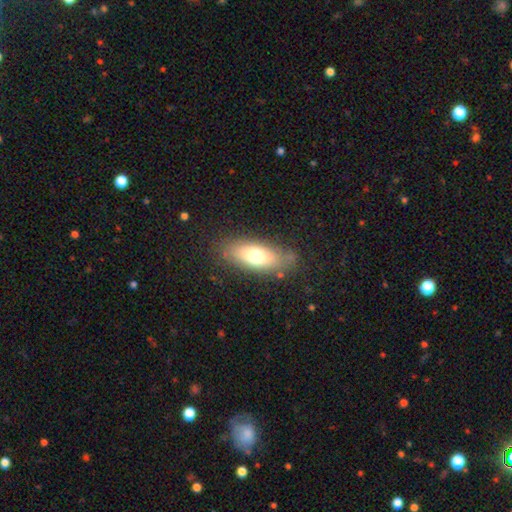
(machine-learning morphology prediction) Smooth or featured?
  - smooth: 70% *
  - featured or disk: 23%
  - star or artifact: 7%
How rounded?
  - in between: 76% *
  - cigar-shaped: 21%
  - round: 3%
Merging?
  - none: 77% *
  - minor disturbance: 16%
  - major disturbance: 5%
  - merger: 2%